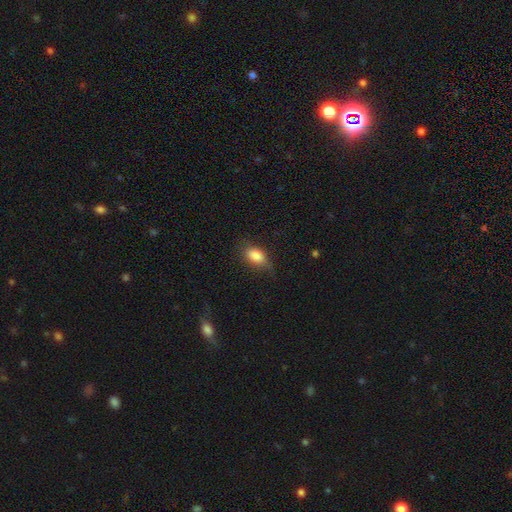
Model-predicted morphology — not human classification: Overall: smooth (85%). How rounded: in between (87%). Merging: none (65%).